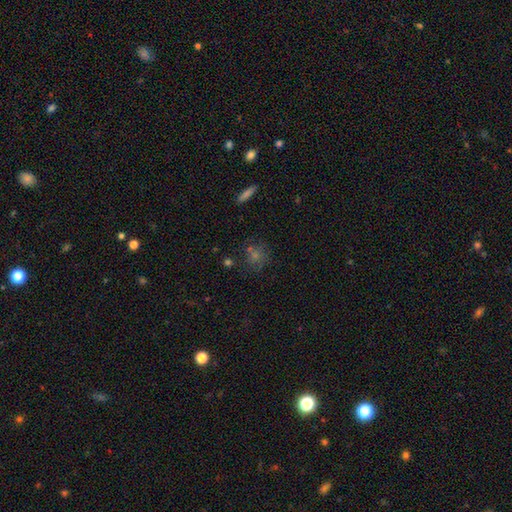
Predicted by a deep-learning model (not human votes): smooth-or-featured: smooth: 49% | star or artifact: 33% | featured or disk: 17%
  merging: none: 75% | minor disturbance: 13% | major disturbance: 6% | merger: 6%